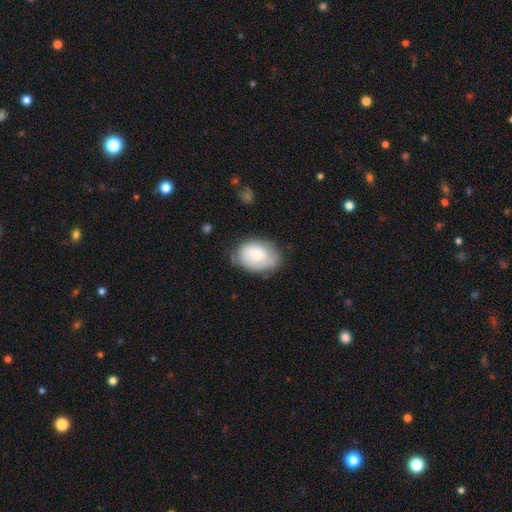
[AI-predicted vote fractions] Smooth or featured?
  - smooth: 69% *
  - featured or disk: 25%
  - star or artifact: 7%
How rounded?
  - in between: 78% *
  - round: 21%
  - cigar-shaped: 1%
Merging?
  - none: 65% *
  - minor disturbance: 26%
  - major disturbance: 7%
  - merger: 2%